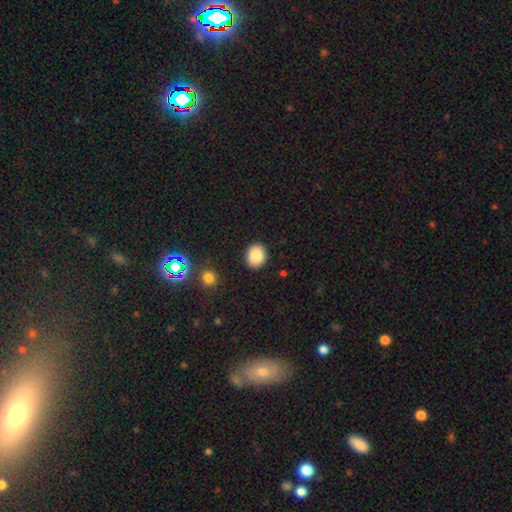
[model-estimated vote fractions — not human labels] Q: Smooth or featured?
A: smooth (87%); runner-up: star or artifact (9%)
Q: How rounded?
A: round (61%); runner-up: in between (38%)
Q: Merging?
A: none (89%); runner-up: minor disturbance (7%)